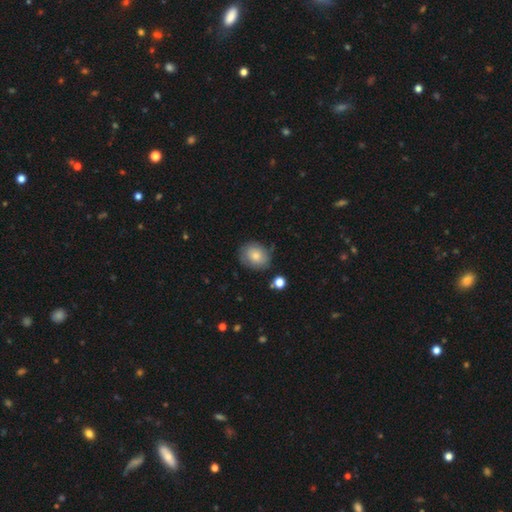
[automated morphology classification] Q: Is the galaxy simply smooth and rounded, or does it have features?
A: smooth — 77%.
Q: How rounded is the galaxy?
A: round — 58%.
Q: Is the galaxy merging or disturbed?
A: none — 75%.